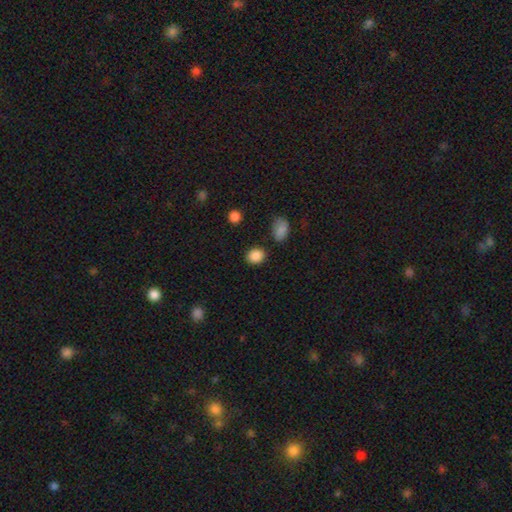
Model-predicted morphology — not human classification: The model was most divided on "how rounded": round: 54%, in between: 45%, cigar-shaped: 1%. More confident: smooth or featured — smooth (87%); merging — none (85%).